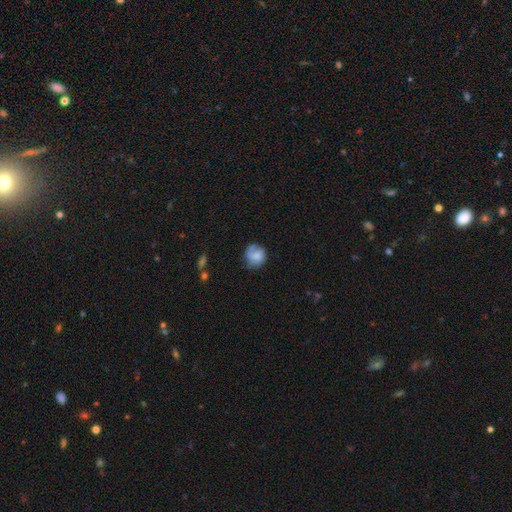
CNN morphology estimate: Smooth or featured?
  - smooth: 59% *
  - featured or disk: 33%
  - star or artifact: 8%
How rounded?
  - round: 78% *
  - in between: 21%
  - cigar-shaped: 1%
Merging?
  - none: 58% *
  - minor disturbance: 27%
  - major disturbance: 13%
  - merger: 2%